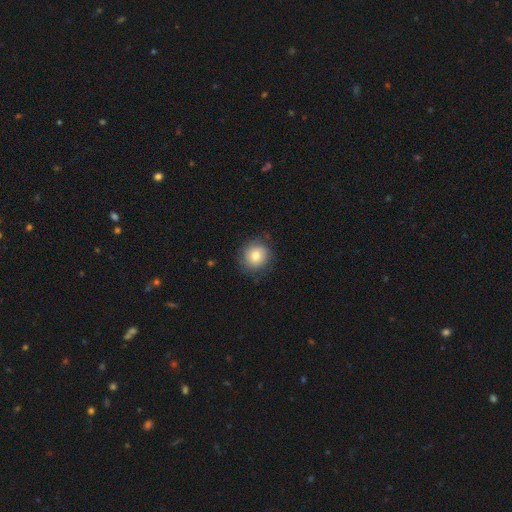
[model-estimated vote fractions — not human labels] The model was most divided on "smooth or featured": smooth: 75%, featured or disk: 16%, star or artifact: 9%. More confident: how rounded — round (88%); merging — none (80%).